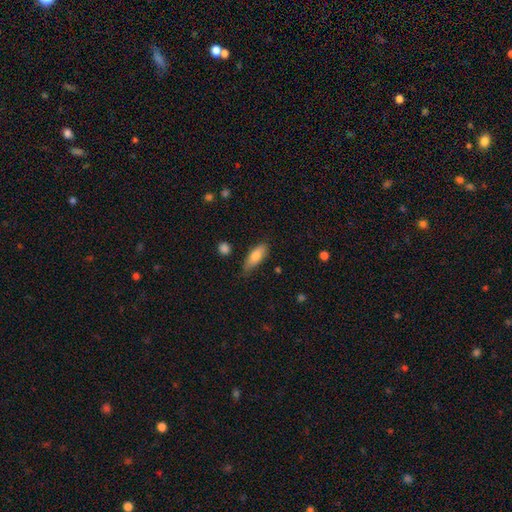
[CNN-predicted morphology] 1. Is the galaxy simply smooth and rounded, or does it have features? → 78% smooth, 15% featured or disk, 7% star or artifact.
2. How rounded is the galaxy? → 69% in between, 28% cigar-shaped, 3% round.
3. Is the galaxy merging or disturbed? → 67% none, 26% minor disturbance, 5% major disturbance, 2% merger.